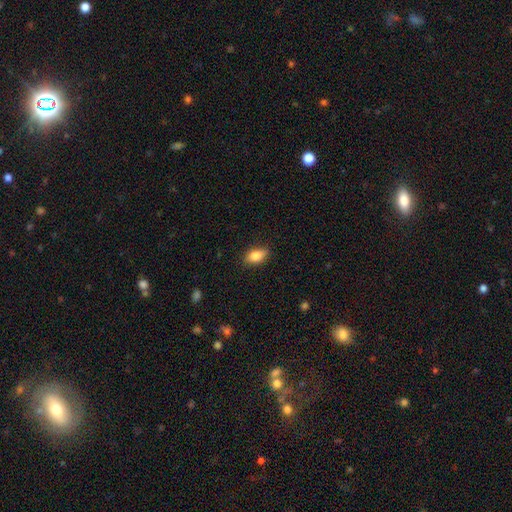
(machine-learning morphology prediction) The model was most divided on "merging": none: 83%, minor disturbance: 14%, major disturbance: 3%, merger: 1%. More confident: how rounded — in between (86%); smooth or featured — smooth (83%).